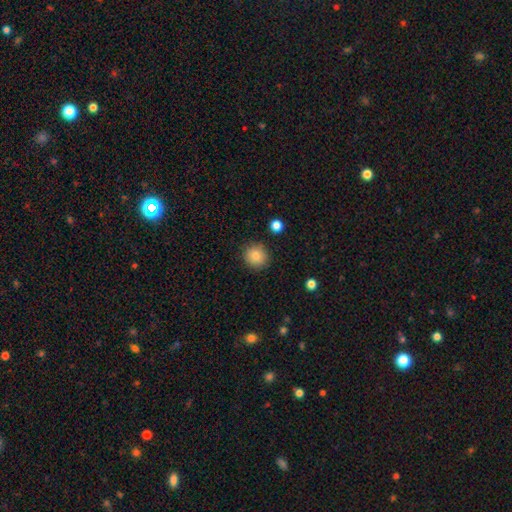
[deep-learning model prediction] This is clearly a smooth galaxy (83%). How rounded: clearly round (93%). Merging: clearly none (90%).